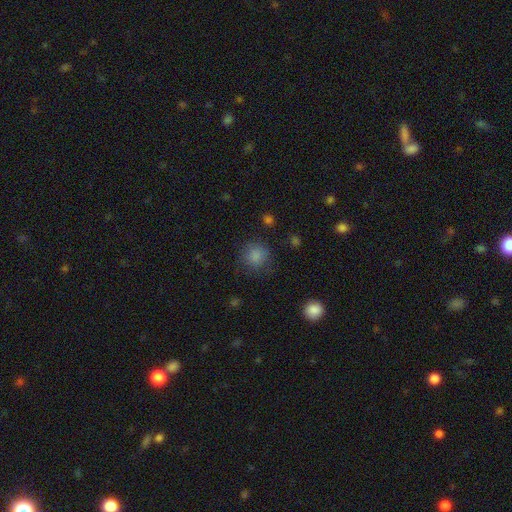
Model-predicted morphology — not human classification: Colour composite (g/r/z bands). It shows a smooth galaxy with no disk features (84%) that is round (90%). Merging: none (82%).